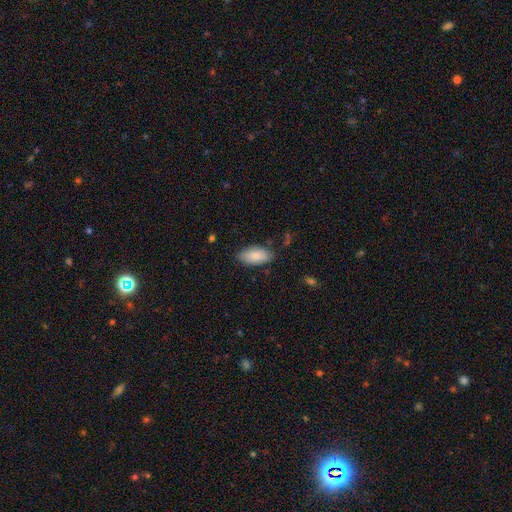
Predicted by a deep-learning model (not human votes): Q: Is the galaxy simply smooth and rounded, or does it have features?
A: smooth — 84%.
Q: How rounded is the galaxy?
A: in between — 89%.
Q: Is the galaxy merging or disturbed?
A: none — 81%.